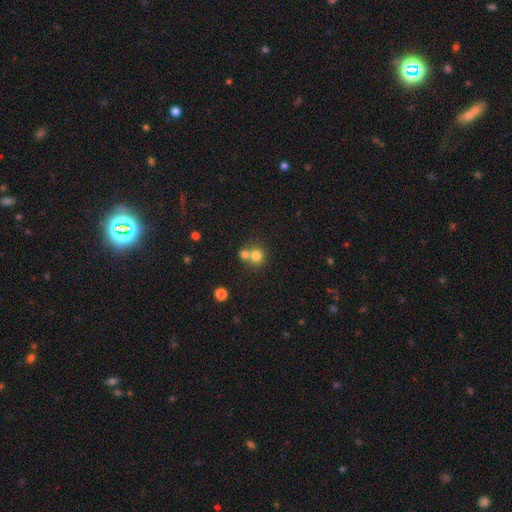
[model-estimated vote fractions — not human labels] Q: Smooth or featured?
A: smooth (77%); runner-up: star or artifact (13%)
Q: How rounded?
A: round (86%); runner-up: in between (13%)
Q: Merging?
A: none (48%); runner-up: merger (44%)